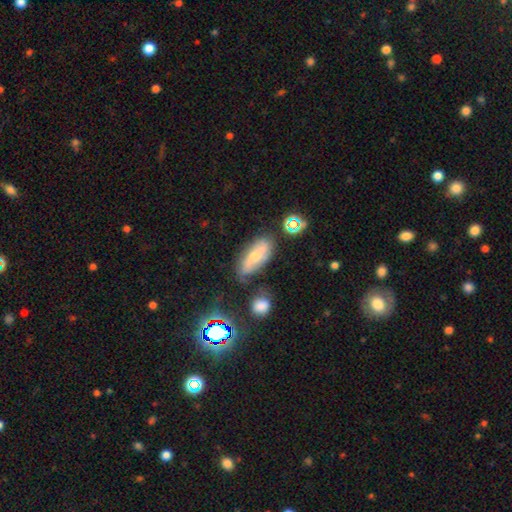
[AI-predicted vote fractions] Q: Smooth or featured?
A: smooth (47%); runner-up: featured or disk (41%)
Q: Merging?
A: none (64%); runner-up: minor disturbance (22%)